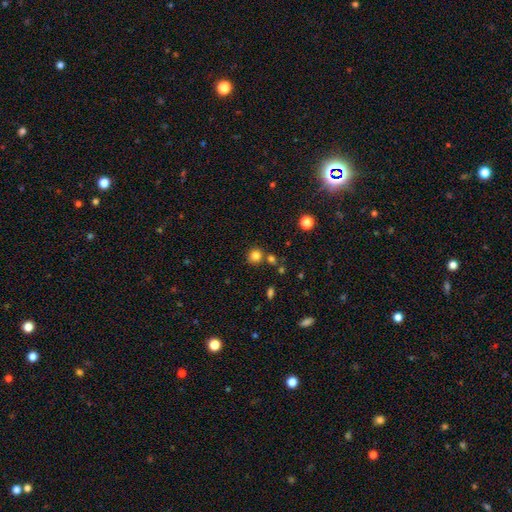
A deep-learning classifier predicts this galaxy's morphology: type=smooth (82%); roundness=round (89%); merging=none (78%).